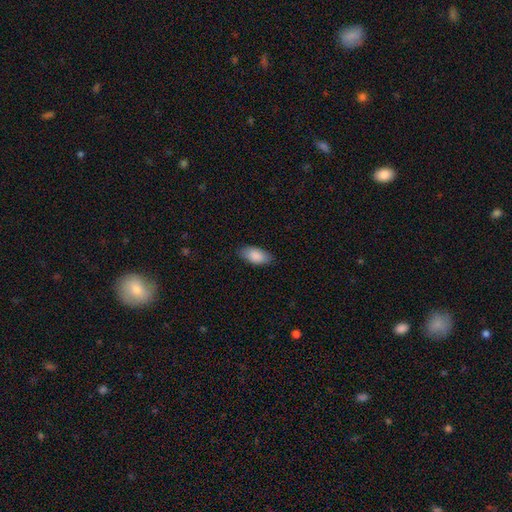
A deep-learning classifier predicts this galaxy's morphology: This is clearly a smooth galaxy (88%). How rounded: clearly in between (92%). Merging: clearly none (84%).